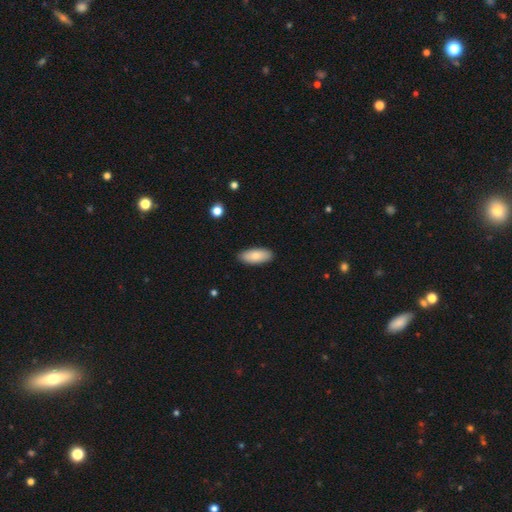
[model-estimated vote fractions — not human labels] This is clearly a smooth galaxy (84%). How rounded: clearly in between (85%). Merging: clearly none (88%).